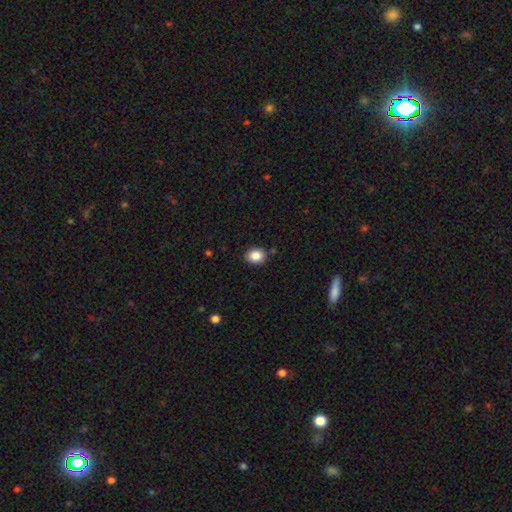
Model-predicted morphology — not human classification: Smooth or featured?
  - smooth: 86% *
  - star or artifact: 9%
  - featured or disk: 4%
How rounded?
  - round: 52% *
  - in between: 47%
  - cigar-shaped: 1%
Merging?
  - none: 85% *
  - minor disturbance: 10%
  - major disturbance: 2%
  - merger: 2%